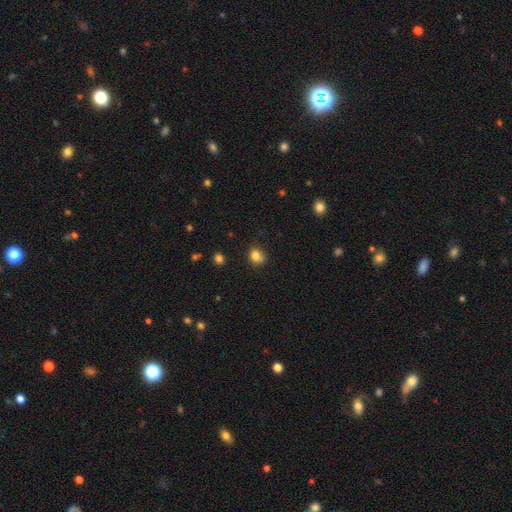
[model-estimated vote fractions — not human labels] smooth_or_featured: smooth (p=0.80) [alt: star or artifact p=0.12]
how_rounded: round (p=0.66) [alt: in between p=0.33]
merging: none (p=0.62) [alt: minor disturbance p=0.25]